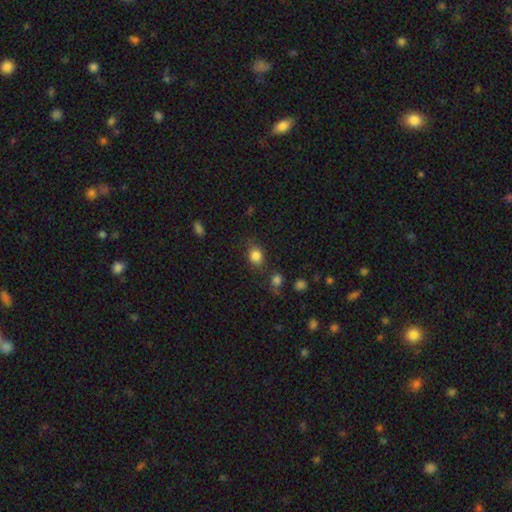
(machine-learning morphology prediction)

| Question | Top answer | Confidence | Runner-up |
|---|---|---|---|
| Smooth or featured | smooth | 84% | star or artifact (10%) |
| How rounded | round | 50% | in between (48%) |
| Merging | none | 72% | minor disturbance (16%) |